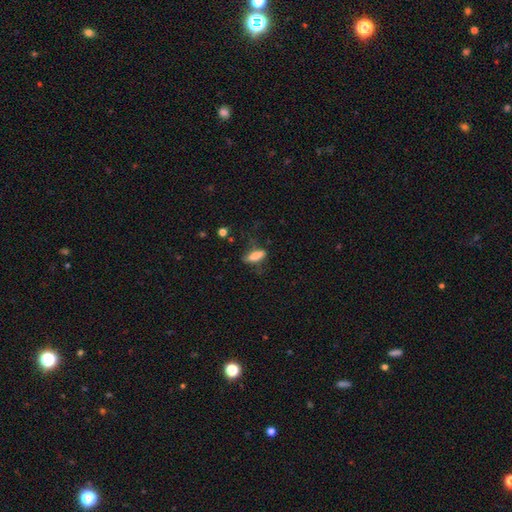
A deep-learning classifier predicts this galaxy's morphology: The model was most divided on "how rounded": in between: 56%, cigar-shaped: 42%, round: 3%. More confident: smooth or featured — smooth (73%); merging — none (61%).